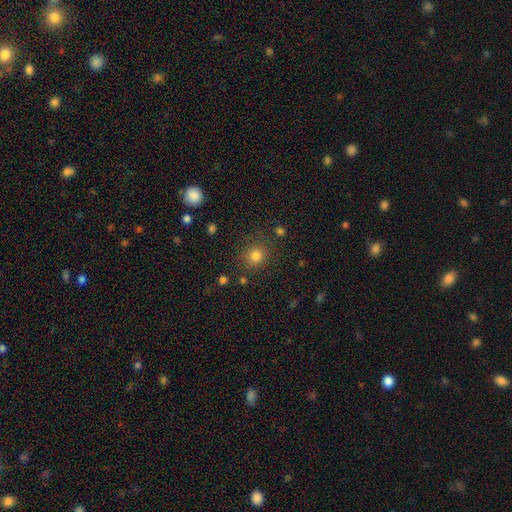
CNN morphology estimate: Smooth or featured? smooth (80%)
How rounded? round (86%)
Merging? none (83%)